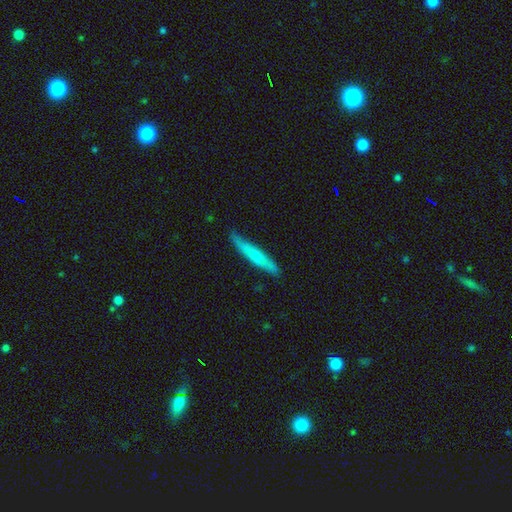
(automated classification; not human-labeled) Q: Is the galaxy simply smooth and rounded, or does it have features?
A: smooth — 60%.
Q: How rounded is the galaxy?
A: cigar-shaped — 94%.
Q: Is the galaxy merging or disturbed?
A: none — 82%.